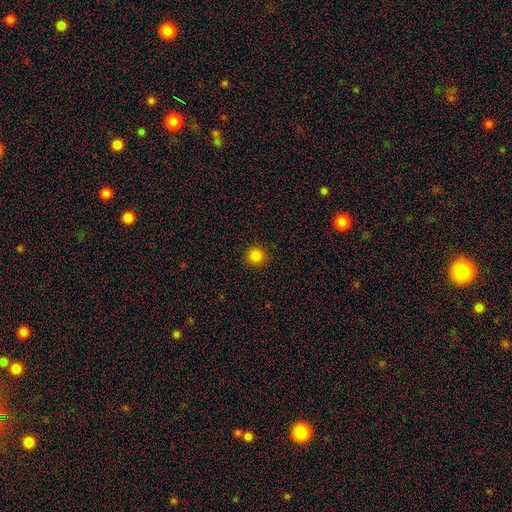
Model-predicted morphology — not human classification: smooth-or-featured: smooth: 85% | star or artifact: 12% | featured or disk: 3%
  how-rounded: round: 95% | in between: 4% | cigar-shaped: 1%
  merging: none: 92% | minor disturbance: 5% | major disturbance: 2% | merger: 1%